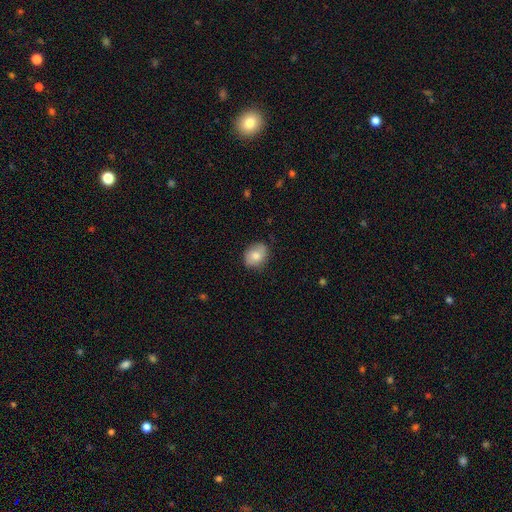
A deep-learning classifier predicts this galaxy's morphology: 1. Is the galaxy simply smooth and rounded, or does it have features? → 81% smooth, 12% featured or disk, 7% star or artifact.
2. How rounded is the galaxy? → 53% in between, 46% round, 1% cigar-shaped.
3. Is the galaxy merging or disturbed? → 81% none, 15% minor disturbance, 3% major disturbance, 1% merger.